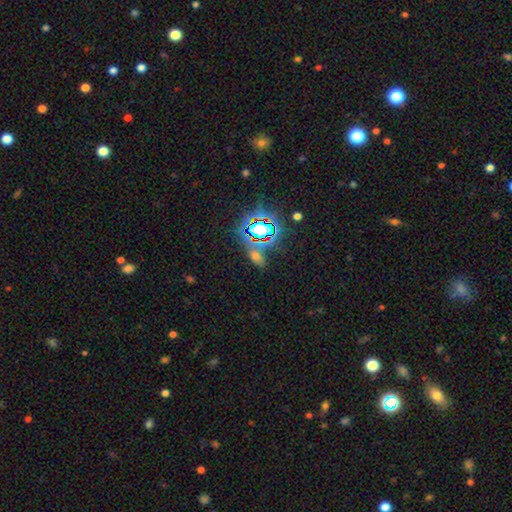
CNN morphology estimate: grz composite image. It shows a star or artifact, not a galaxy (48%).